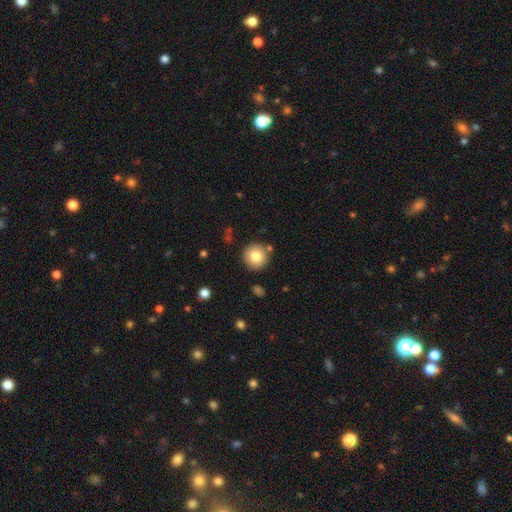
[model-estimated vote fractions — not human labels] Smooth or featured?
  - smooth: 82% *
  - star or artifact: 9%
  - featured or disk: 9%
How rounded?
  - round: 93% *
  - in between: 6%
  - cigar-shaped: 1%
Merging?
  - none: 85% *
  - minor disturbance: 8%
  - merger: 5%
  - major disturbance: 2%